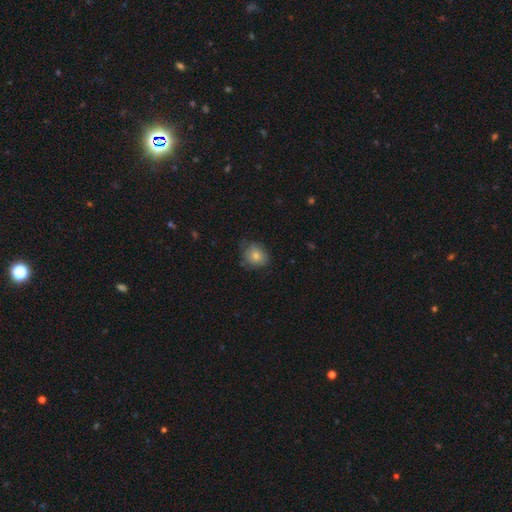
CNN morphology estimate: Smooth or featured? smooth (77%)
How rounded? round (73%)
Merging? none (65%)